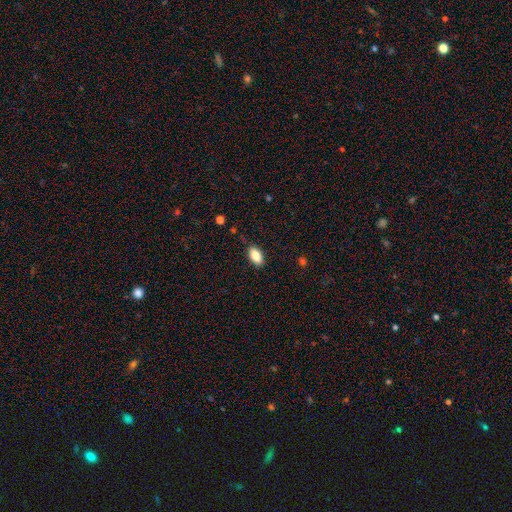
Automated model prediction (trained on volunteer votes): Smooth or featured: smooth — 86% (star or artifact — 7%)
How rounded: in between — 92% (cigar-shaped — 4%)
Merging: none — 84% (minor disturbance — 13%)